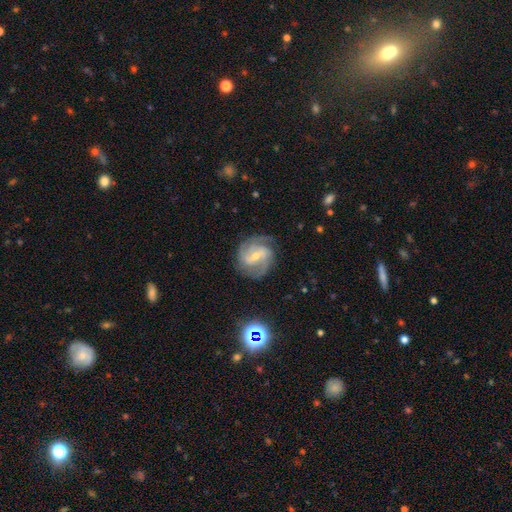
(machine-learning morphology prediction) smooth-or-featured: featured or disk: 87% | smooth: 8% | star or artifact: 5%
  disk-edge-on: no: 98% | yes: 2%
    bar: weak: 51% | strong: 29% | no: 20%
    has-spiral-arms: yes: 96% | no: 4%
      spiral-winding: medium: 45% (tied) | tight: 45% (tied) | loose: 11%
      spiral-arm-count: 2: 52% | 3: 25% | can't tell: 12% | 4: 5% | 1: 3% | more than 4: 3%
    bulge-size: small: 51% | moderate: 45% | large: 2% | none: 2% | dominant: 1%
  merging: none: 76% | minor disturbance: 16% | major disturbance: 7% | merger: 1%